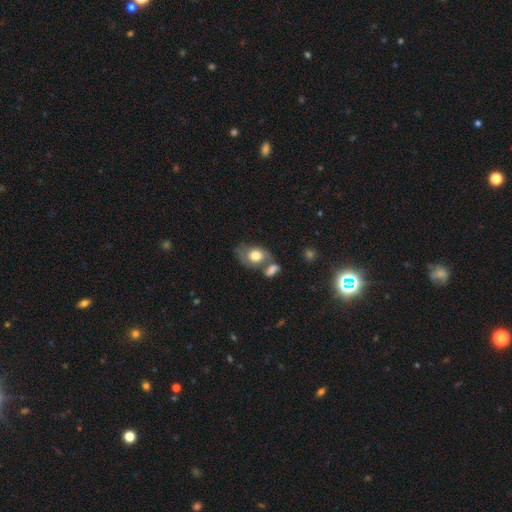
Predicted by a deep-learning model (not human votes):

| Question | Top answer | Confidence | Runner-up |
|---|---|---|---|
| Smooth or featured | smooth | 63% | featured or disk (29%) |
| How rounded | in between | 68% | round (30%) |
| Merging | none | 36% | merger (31%) |